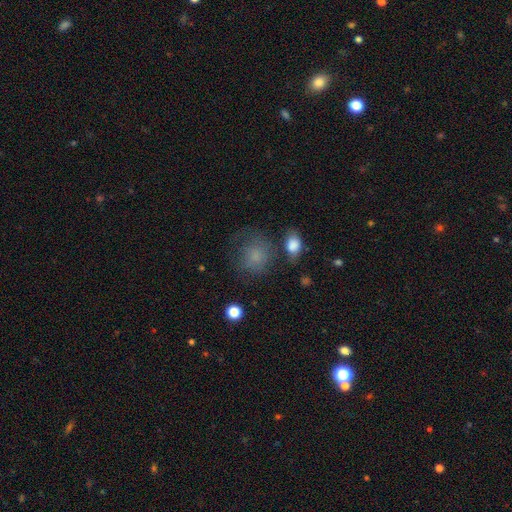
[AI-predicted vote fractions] A smooth galaxy with no disk features (67%) that is round (72%).

Vote fractions:
- Smooth or featured? smooth: 67% / featured or disk: 19% / star or artifact: 14%
- How rounded? round: 72% / in between: 27% / cigar-shaped: 1%
- Merging? none: 56% / minor disturbance: 22% / major disturbance: 16% / merger: 6%